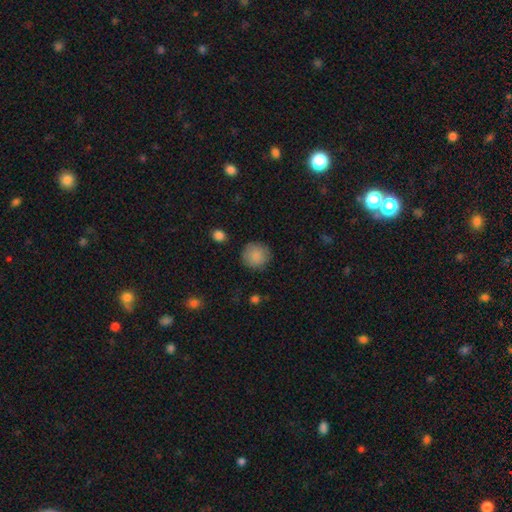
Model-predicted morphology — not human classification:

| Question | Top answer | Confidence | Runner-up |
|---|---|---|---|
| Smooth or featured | smooth | 88% | star or artifact (8%) |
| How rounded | round | 92% | in between (7%) |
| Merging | none | 87% | minor disturbance (9%) |